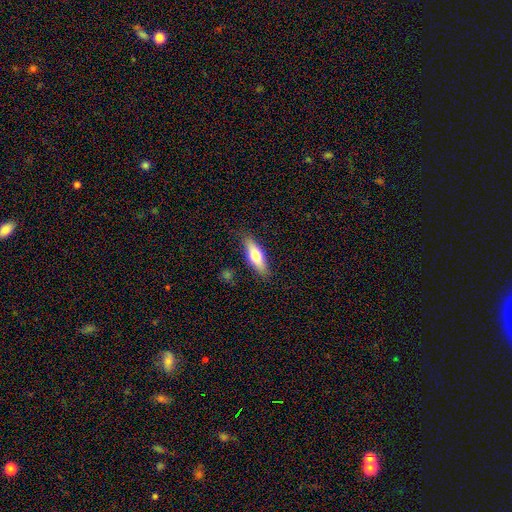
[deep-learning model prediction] A smooth galaxy with no disk features (64%) that is in between round and cigar-shaped (49%, tied with cigar-shaped). Merging: none (85%).